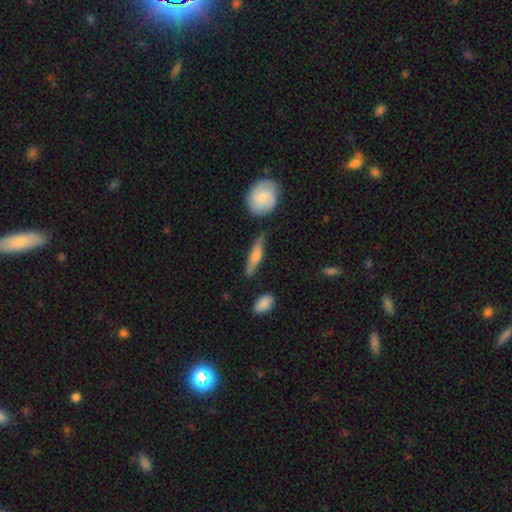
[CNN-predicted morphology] The model was most divided on "smooth or featured": featured or disk: 49%, smooth: 45%, star or artifact: 6%. More confident: merging — none (82%).